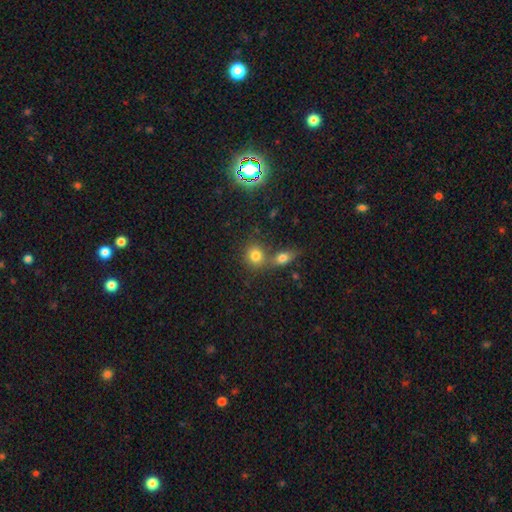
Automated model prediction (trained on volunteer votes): Q: Smooth or featured?
A: smooth (77%); runner-up: star or artifact (14%)
Q: How rounded?
A: round (76%); runner-up: in between (22%)
Q: Merging?
A: none (52%); runner-up: merger (36%)